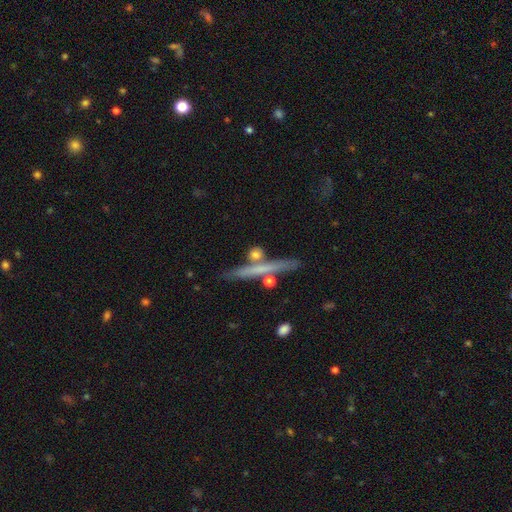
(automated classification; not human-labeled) Overall: smooth (53%; featured or disk 40%). How rounded: cigar-shaped (81%). Merging: none (71%).